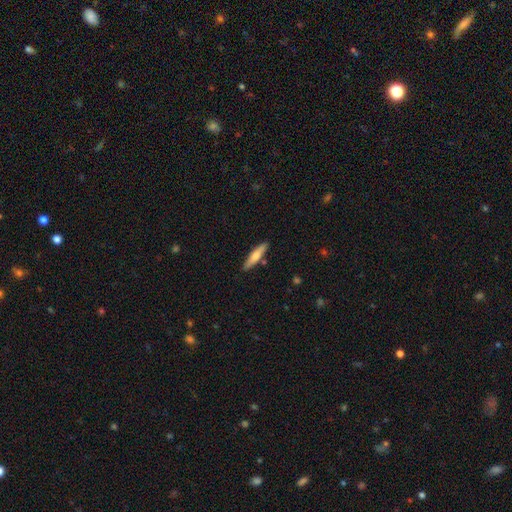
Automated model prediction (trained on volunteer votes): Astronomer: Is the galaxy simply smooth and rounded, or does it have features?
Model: smooth — 61%.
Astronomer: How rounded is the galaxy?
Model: cigar-shaped — 83%.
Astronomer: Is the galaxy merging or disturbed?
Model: none — 85%.